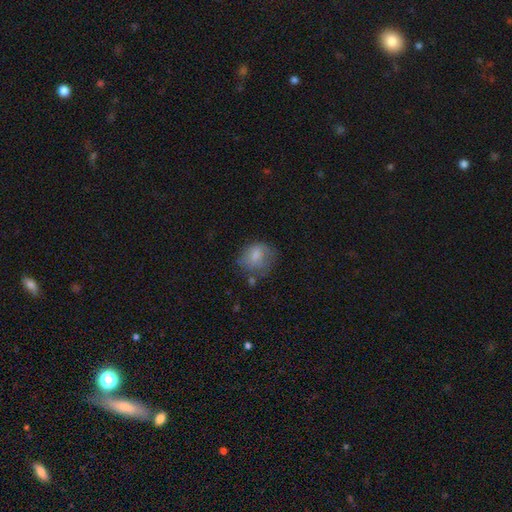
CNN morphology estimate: This appears to be a smooth galaxy with no disk features (68%) that is round (61%). Merging: none (46%).